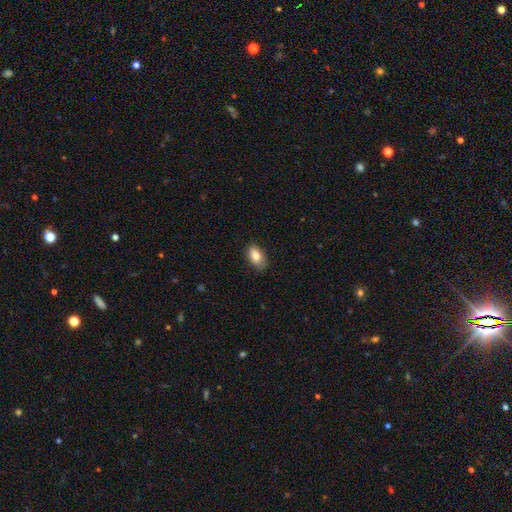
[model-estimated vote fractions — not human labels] A smooth galaxy with no disk features (84%) that is in between round and cigar-shaped (90%).

Vote fractions:
- Smooth or featured? smooth: 84% / featured or disk: 9% / star or artifact: 7%
- How rounded? in between: 90% / round: 8% / cigar-shaped: 2%
- Merging? none: 79% / minor disturbance: 17% / major disturbance: 3% / merger: 1%